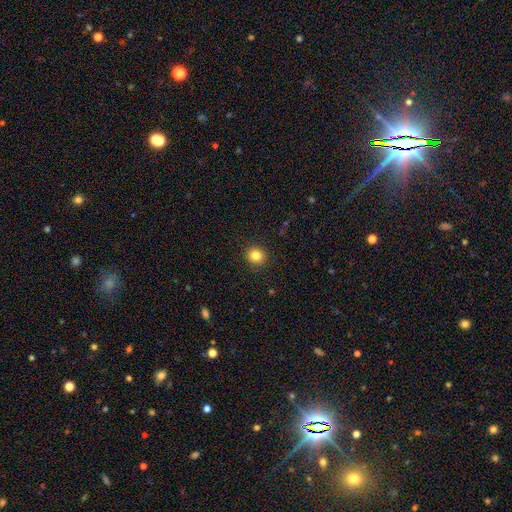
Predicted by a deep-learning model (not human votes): A smooth galaxy with no disk features (83%) that is round (88%). Merging: none (90%).